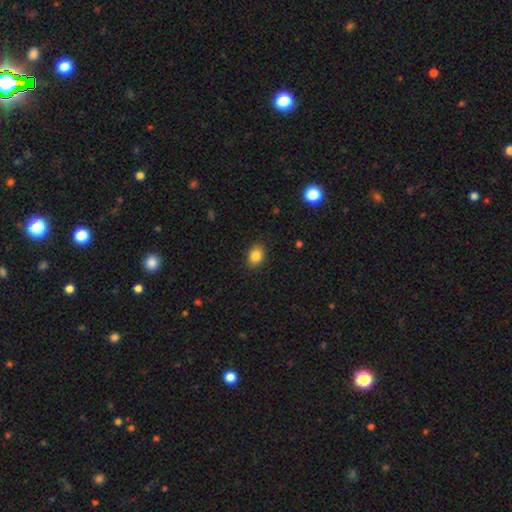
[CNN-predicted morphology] Smooth or featured?
  - smooth: 85% *
  - star or artifact: 10%
  - featured or disk: 5%
How rounded?
  - in between: 60% *
  - round: 39%
  - cigar-shaped: 1%
Merging?
  - none: 87% *
  - minor disturbance: 10%
  - major disturbance: 2%
  - merger: 1%